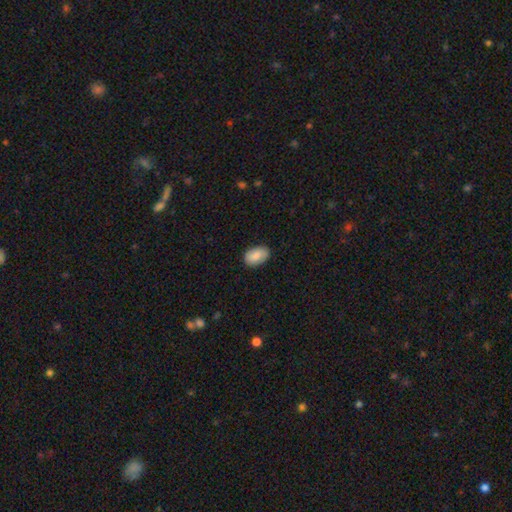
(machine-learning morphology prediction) A smooth galaxy with no disk features (85%) that is in between round and cigar-shaped (92%). Merging: none (86%).